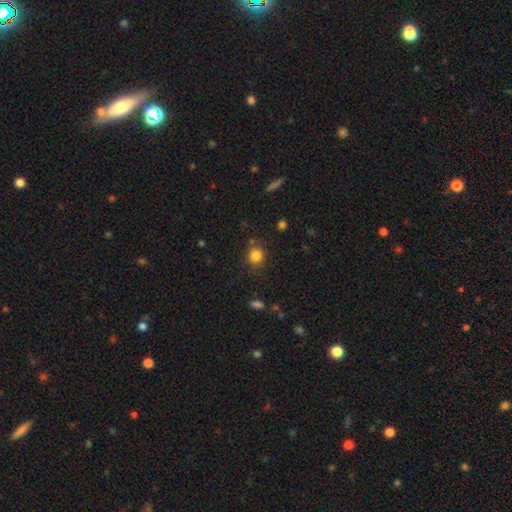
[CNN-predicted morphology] A smooth galaxy with no disk features (83%) that is round (86%). Merging: none (84%).